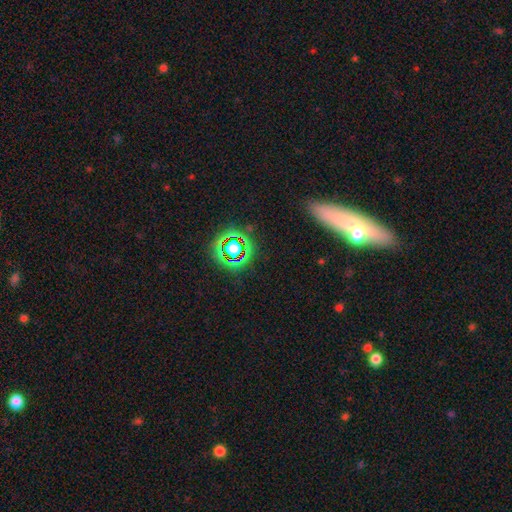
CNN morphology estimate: star or artifact 56%, smooth 27%, featured or disk 17%.